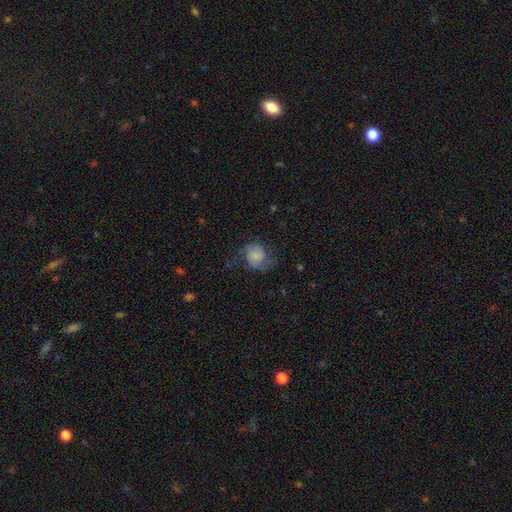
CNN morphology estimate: Overall: featured or disk (47%; smooth 43%). Merging: none (56%; minor disturbance 23%).